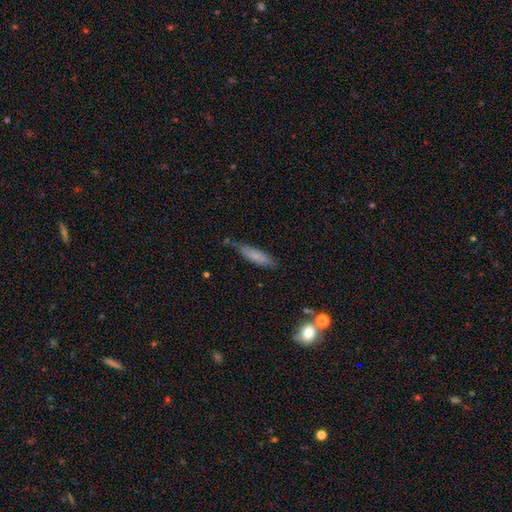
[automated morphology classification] Overall: smooth (75%). How rounded: cigar-shaped (75%). Merging: none (71%).